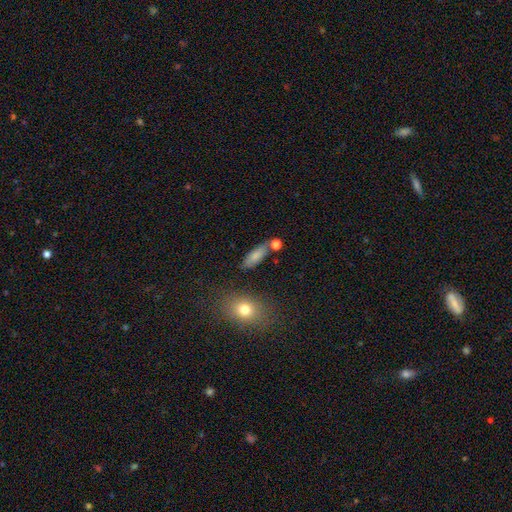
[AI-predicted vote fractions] A smooth galaxy with no disk features (77%) that is in between round and cigar-shaped (54%).

Vote fractions:
- Smooth or featured? smooth: 77% / featured or disk: 14% / star or artifact: 9%
- How rounded? in between: 54% / cigar-shaped: 40% / round: 6%
- Merging? none: 69% / minor disturbance: 15% / merger: 11% / major disturbance: 5%